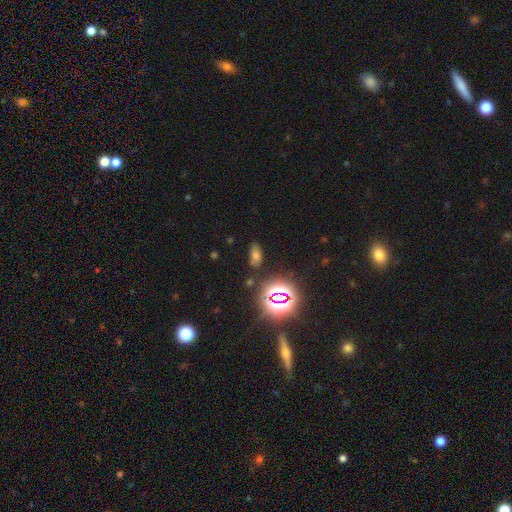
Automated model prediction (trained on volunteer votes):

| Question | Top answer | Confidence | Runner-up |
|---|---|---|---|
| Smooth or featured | smooth | 57% | star or artifact (32%) |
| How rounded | in between | 86% | round (8%) |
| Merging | none | 77% | minor disturbance (15%) |